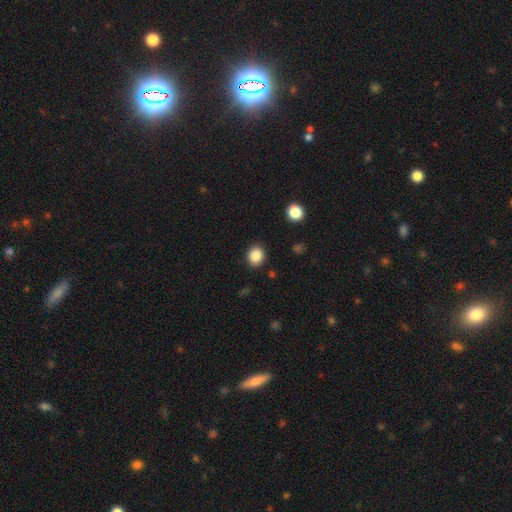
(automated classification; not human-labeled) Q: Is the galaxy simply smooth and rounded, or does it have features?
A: smooth — 86%.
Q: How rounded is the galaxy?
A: round — 67%.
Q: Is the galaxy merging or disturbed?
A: none — 89%.